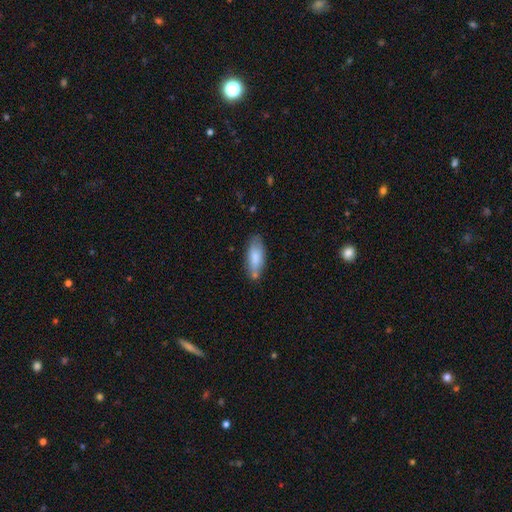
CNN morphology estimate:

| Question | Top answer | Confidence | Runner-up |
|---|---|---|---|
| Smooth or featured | smooth | 76% | featured or disk (17%) |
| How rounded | in between | 64% | cigar-shaped (34%) |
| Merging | none | 73% | minor disturbance (19%) |